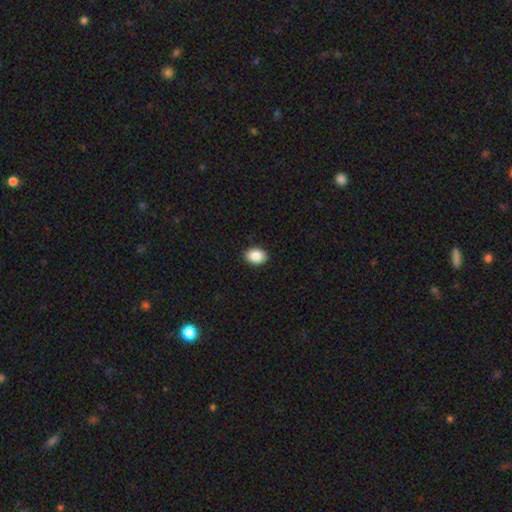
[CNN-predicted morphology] Smooth or featured? smooth (89%)
How rounded? in between (78%)
Merging? none (90%)